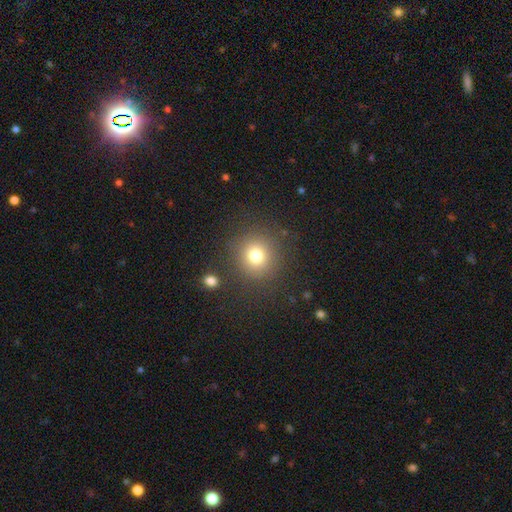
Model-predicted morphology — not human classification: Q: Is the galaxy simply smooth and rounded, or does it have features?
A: smooth — 76%.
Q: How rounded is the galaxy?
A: round — 92%.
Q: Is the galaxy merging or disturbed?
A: none — 86%.